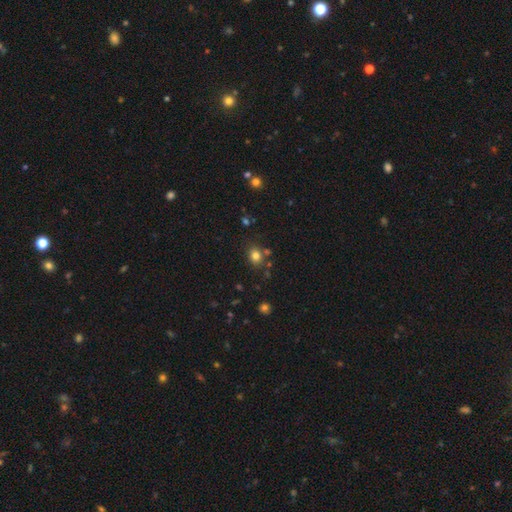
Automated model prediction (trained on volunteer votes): Morphology: type=smooth (79%); roundness=round (64%); merging=none (75%).